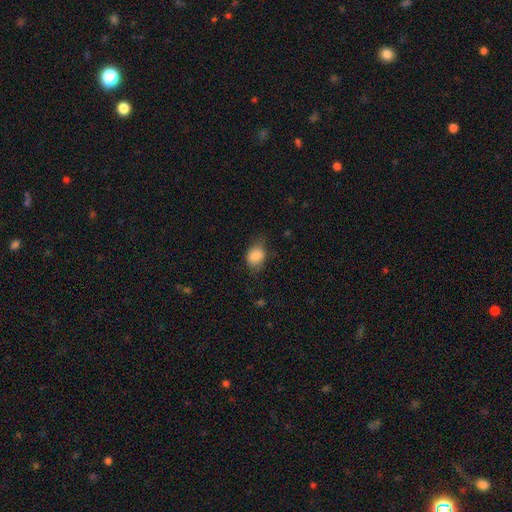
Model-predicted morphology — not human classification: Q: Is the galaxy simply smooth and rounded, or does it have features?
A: smooth — 84%.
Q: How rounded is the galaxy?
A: in between — 63%.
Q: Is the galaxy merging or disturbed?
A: none — 56%.